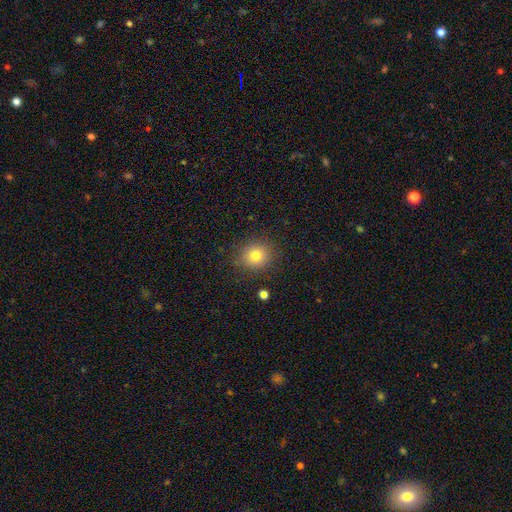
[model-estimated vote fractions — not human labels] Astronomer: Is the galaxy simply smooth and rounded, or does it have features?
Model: smooth — 80%.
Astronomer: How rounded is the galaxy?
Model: round — 84%.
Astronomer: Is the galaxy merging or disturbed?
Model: none — 87%.